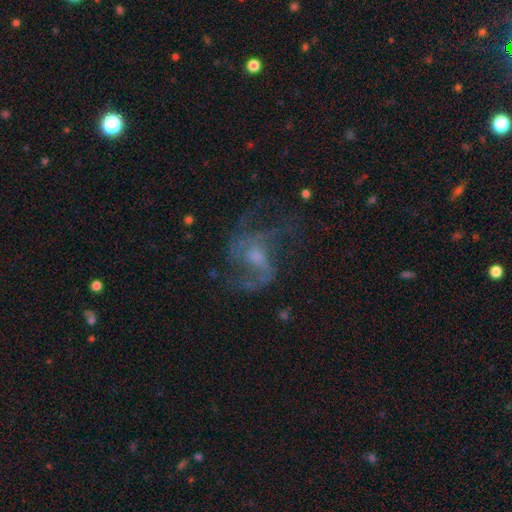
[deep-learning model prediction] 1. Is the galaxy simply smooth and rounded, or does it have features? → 76% featured or disk, 13% smooth, 11% star or artifact.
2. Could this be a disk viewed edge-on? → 97% no, 3% yes.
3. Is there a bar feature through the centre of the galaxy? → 51% no, 41% weak, 8% strong.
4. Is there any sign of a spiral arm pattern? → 83% yes, 17% no.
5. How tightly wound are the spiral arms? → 50% loose, 39% medium, 10% tight.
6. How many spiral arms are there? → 44% 2, 21% can't tell, 18% 3, 9% 1, 5% 4, 4% more than 4.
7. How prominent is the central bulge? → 41% moderate, 37% small, 15% none, 6% large, 1% dominant.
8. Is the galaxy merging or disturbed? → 49% none, 32% major disturbance, 16% minor disturbance, 3% merger.